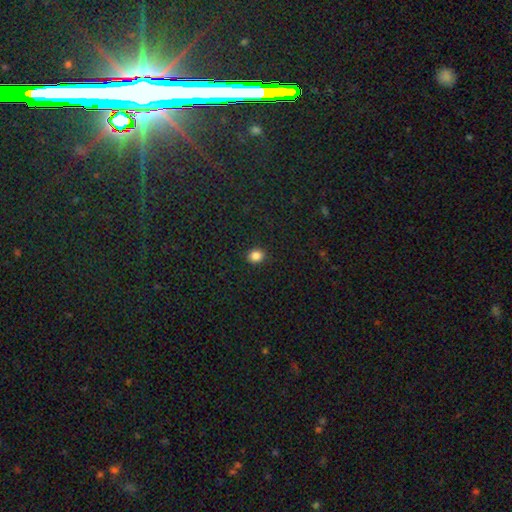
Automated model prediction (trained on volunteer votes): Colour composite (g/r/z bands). It shows a smooth galaxy with no disk features (86%) that is round (67%). Merging: none (91%).